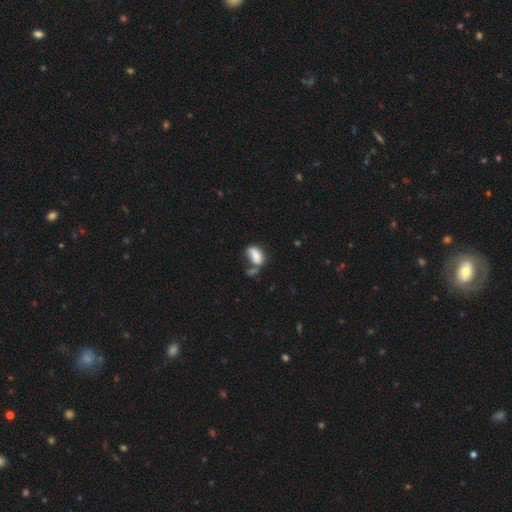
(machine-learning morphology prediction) The model was most divided on "merging" (2-way tie): none: 31%, merger: 31%, minor disturbance: 22%, major disturbance: 16%. More confident: how rounded — in between (89%); smooth or featured — smooth (76%).